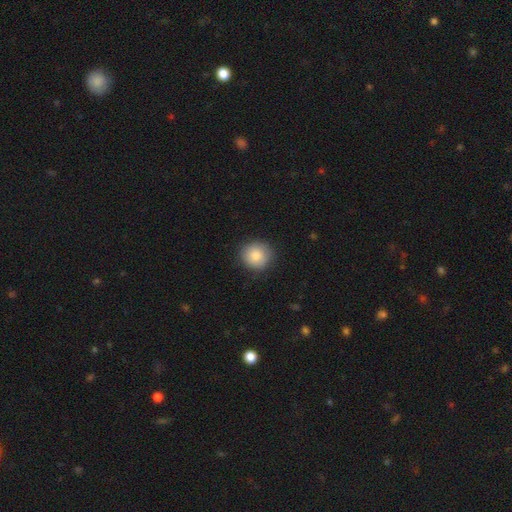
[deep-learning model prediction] Smooth or featured?
  - smooth: 86% *
  - star or artifact: 8%
  - featured or disk: 7%
How rounded?
  - round: 90% *
  - in between: 9%
  - cigar-shaped: 1%
Merging?
  - none: 86% *
  - minor disturbance: 10%
  - major disturbance: 2%
  - merger: 1%